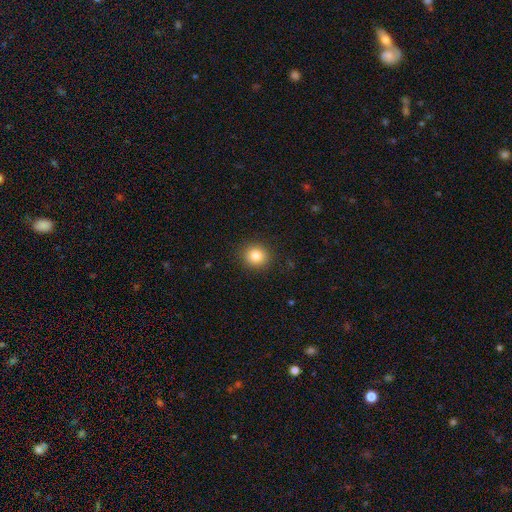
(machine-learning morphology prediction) Smooth or featured: smooth — 83% (star or artifact — 11%)
How rounded: round — 86% (in between — 13%)
Merging: none — 90% (minor disturbance — 6%)